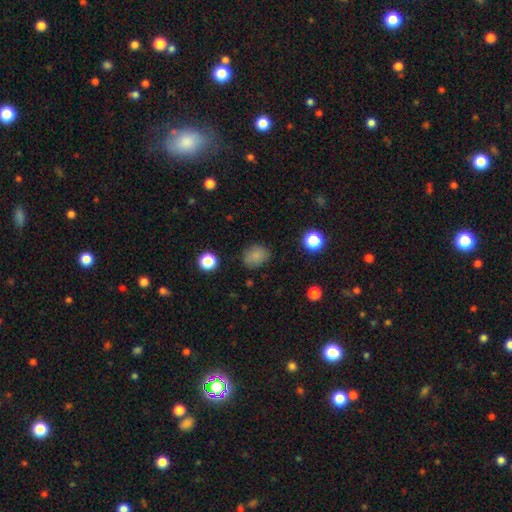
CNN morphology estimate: Smooth or featured? smooth (82%)
How rounded? in between (50%)
Merging? none (78%)